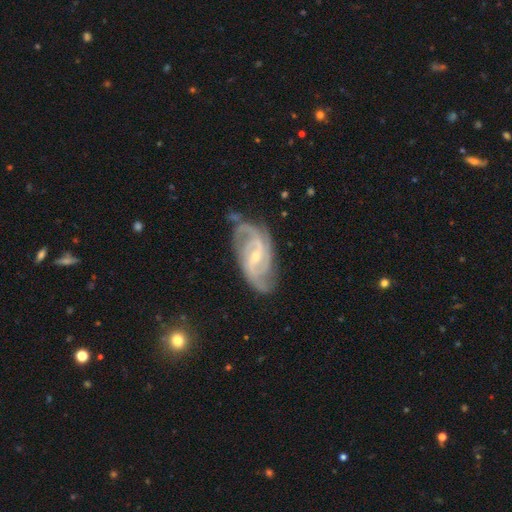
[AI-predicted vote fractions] Smooth or featured: featured or disk — 91% (star or artifact — 5%)
Edge-on disk: no — 96% (yes — 4%)
Bar: weak — 47% (strong — 28%)
Spiral arms: yes — 98% (no — 2%)
Spiral winding: medium — 47% (tight — 42%)
Spiral arm count: 2 — 45% (3 — 26%)
Bulge size: small — 66% (moderate — 31%)
Merging: none — 72% (minor disturbance — 20%)